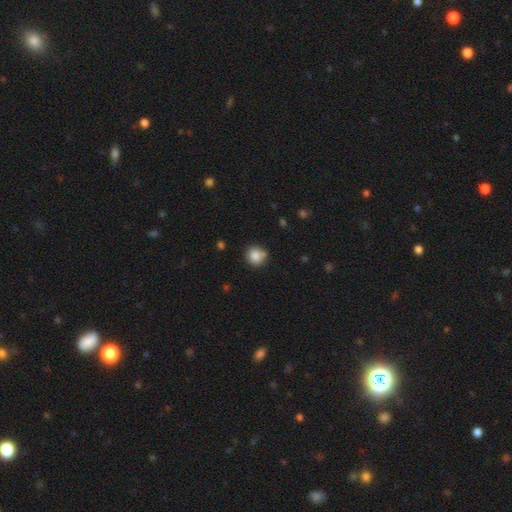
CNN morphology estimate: The model was most divided on "merging": none: 73%, minor disturbance: 15%, merger: 9%, major disturbance: 3%. More confident: how rounded — round (90%); smooth or featured — smooth (84%).